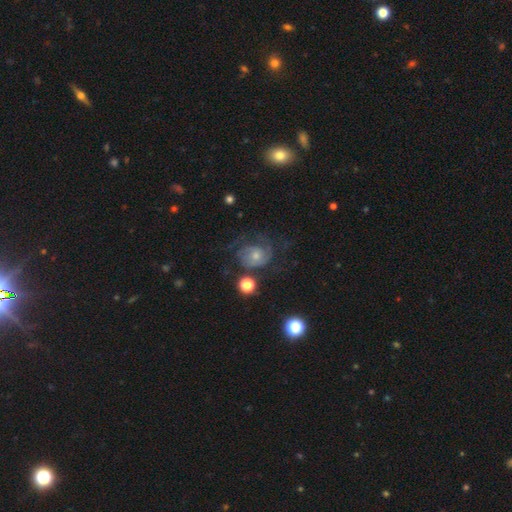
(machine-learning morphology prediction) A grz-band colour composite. It shows a featured or disk galaxy (70%) with no bar (76%), 2 (37%) tight (48%) spiral arms (89%) and a small central bulge (50%). Merging: none (58%).